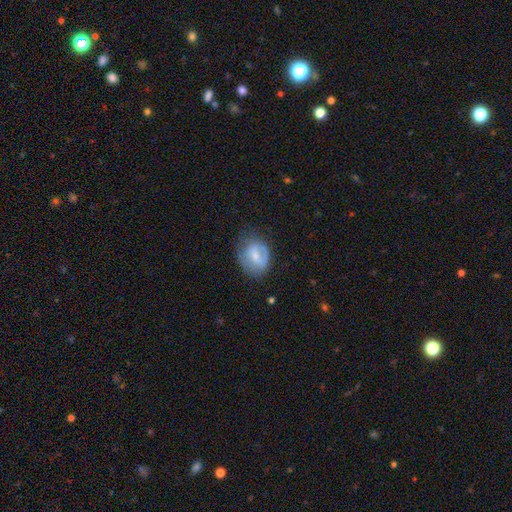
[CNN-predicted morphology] Overall: smooth (49%; featured or disk 44%). Merging: none (58%; minor disturbance 27%).